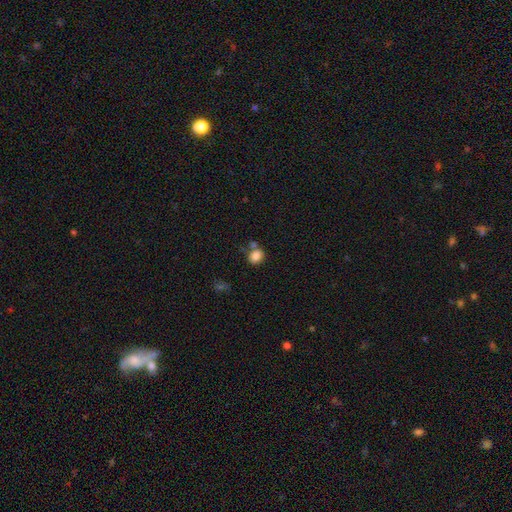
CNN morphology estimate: A smooth galaxy with no disk features (85%) that is round (58%).

Vote fractions:
- Smooth or featured? smooth: 85% / star or artifact: 10% / featured or disk: 5%
- How rounded? round: 58% / in between: 41% / cigar-shaped: 1%
- Merging? none: 60% / merger: 20% / minor disturbance: 15% / major disturbance: 5%